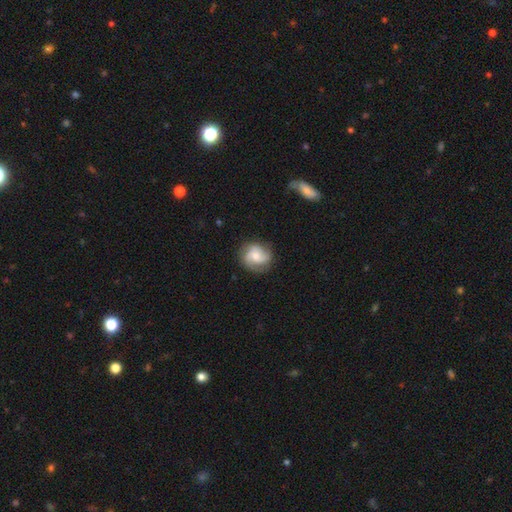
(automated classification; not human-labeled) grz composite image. It shows a featured or disk galaxy (66%) with no bar (64%), 3 (42%) medium (47%) spiral arms (93%) and a moderate central bulge (50%). Merging: none (78%).